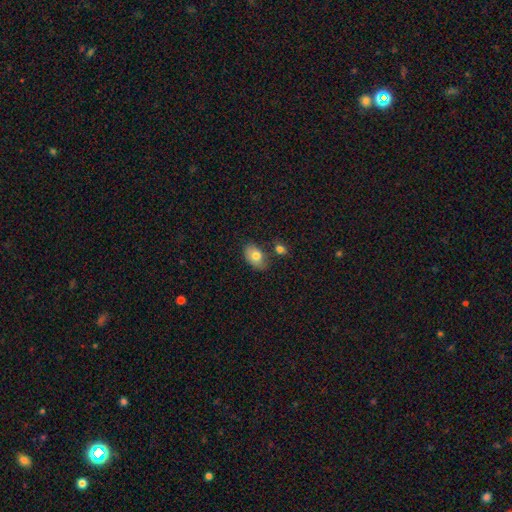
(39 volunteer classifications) smooth 74%, featured or disk 21%, star or artifact 5%. Down the decision tree: how rounded — in between (83%); merging — none (46%).